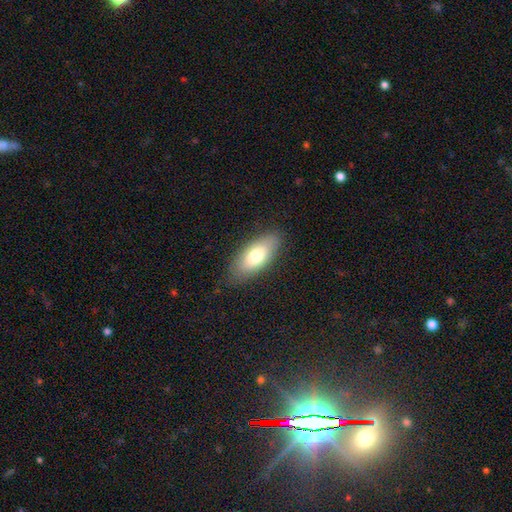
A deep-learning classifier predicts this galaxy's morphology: This appears to be a smooth galaxy with no disk features (76%) that is in between round and cigar-shaped (85%). Merging: none (83%).